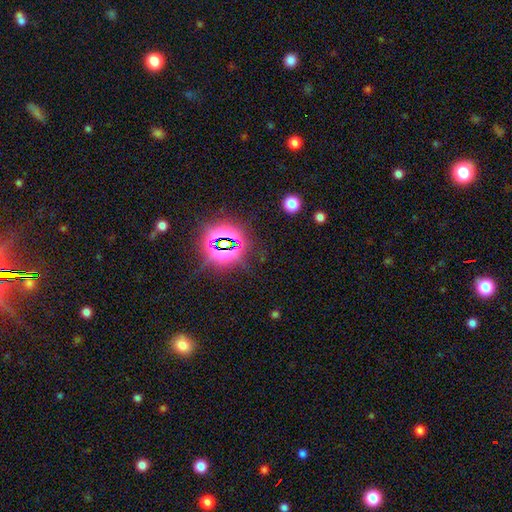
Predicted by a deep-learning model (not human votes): This is likely a star or artifact rather than a galaxy (80%).